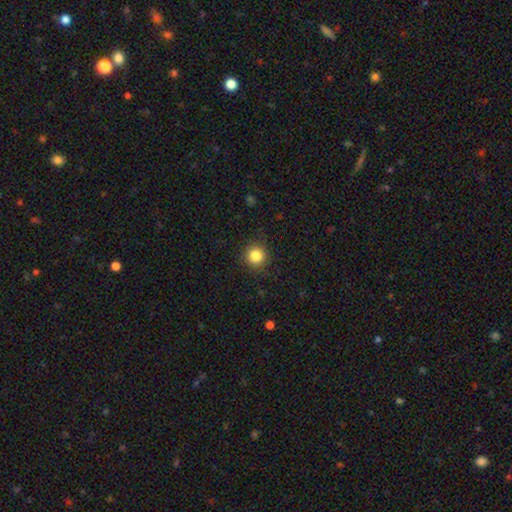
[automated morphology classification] Smooth or featured? Predicted: smooth (p=0.85). How rounded? Predicted: round (p=0.94). Merging? Predicted: none (p=0.88).